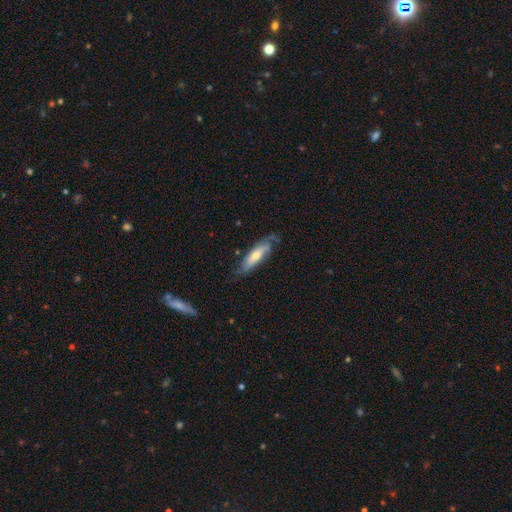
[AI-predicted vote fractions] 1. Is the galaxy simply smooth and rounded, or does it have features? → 50% featured or disk, 44% smooth, 6% star or artifact.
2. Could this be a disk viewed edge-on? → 59% no, 41% yes.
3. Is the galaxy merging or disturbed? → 65% none, 25% minor disturbance, 8% major disturbance, 2% merger.